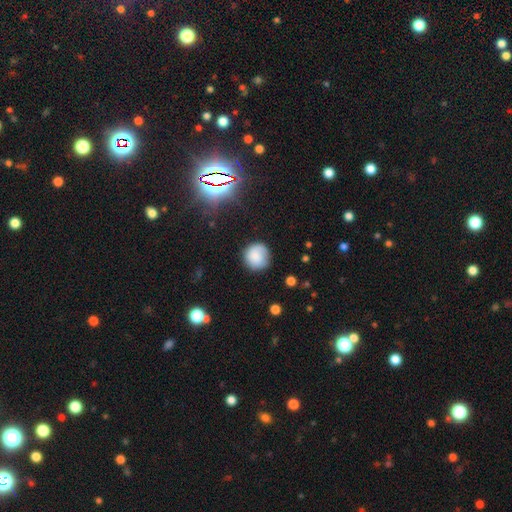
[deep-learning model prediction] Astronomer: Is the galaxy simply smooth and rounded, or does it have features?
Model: smooth — 78%.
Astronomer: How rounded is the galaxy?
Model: round — 93%.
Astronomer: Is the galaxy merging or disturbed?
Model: none — 78%.